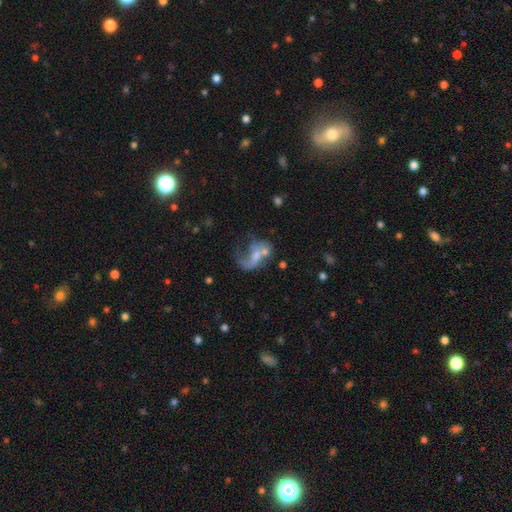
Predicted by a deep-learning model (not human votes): Smooth or featured: featured or disk — 58% (smooth — 31%)
Edge-on disk: no — 97% (yes — 3%)
Bar: no — 64% (weak — 28%)
Spiral arms: yes — 60% (no — 40%)
Bulge size: moderate — 36% (small — 32%)
Merging: major disturbance — 35% (merger — 30%)